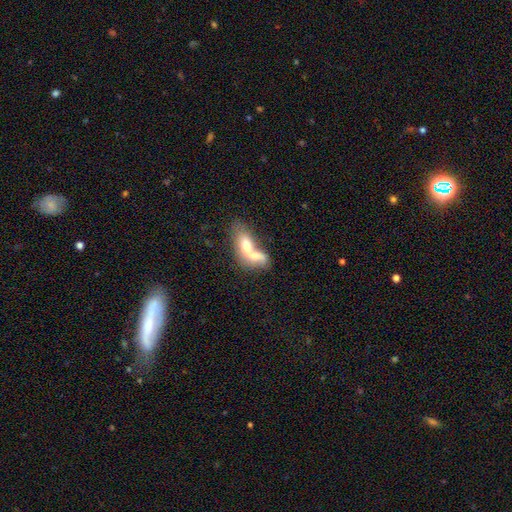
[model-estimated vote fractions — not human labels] Q: Smooth or featured?
A: smooth (61%); runner-up: featured or disk (32%)
Q: How rounded?
A: in between (75%); runner-up: cigar-shaped (17%)
Q: Merging?
A: merger (76%); runner-up: none (11%)